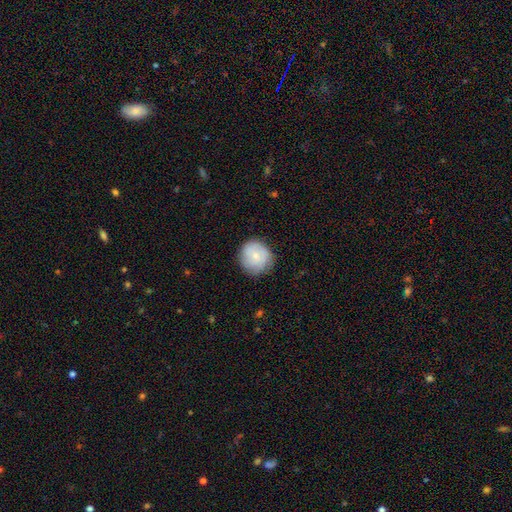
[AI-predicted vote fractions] A smooth galaxy with no disk features (62%) that is round (89%).

Vote fractions:
- Smooth or featured? smooth: 62% / featured or disk: 30% / star or artifact: 7%
- How rounded? round: 89% / in between: 10% / cigar-shaped: 1%
- Merging? none: 78% / minor disturbance: 17% / major disturbance: 4% / merger: 1%